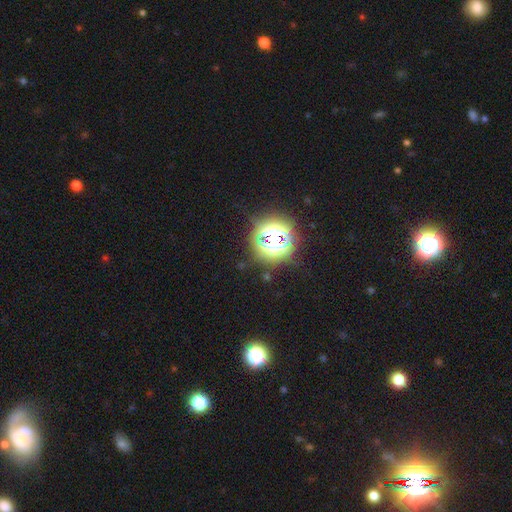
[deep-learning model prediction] Smooth or featured: star or artifact — 73% (smooth — 19%)